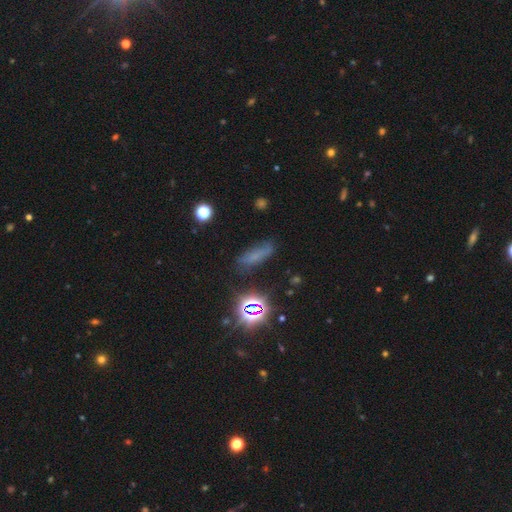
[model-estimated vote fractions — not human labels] Smooth or featured? smooth (54%)
How rounded? cigar-shaped (50%)
Merging? none (69%)